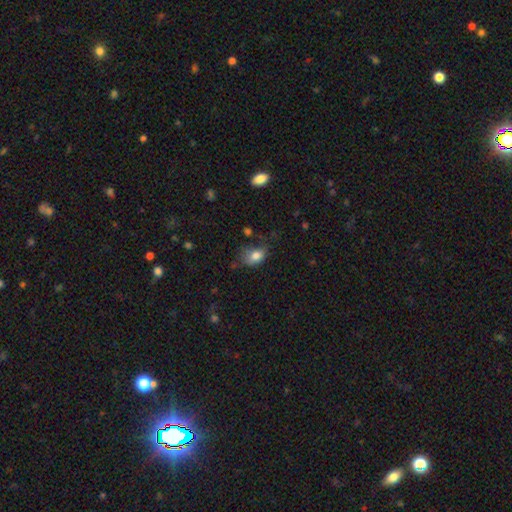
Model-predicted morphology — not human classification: Smooth or featured? smooth (80%)
How rounded? in between (80%)
Merging? none (42%)